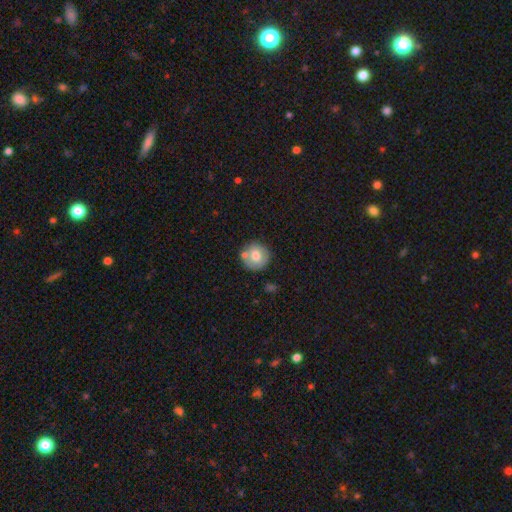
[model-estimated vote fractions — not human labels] Morphology: type=smooth (72%); roundness=round (91%); merging=none (70%).